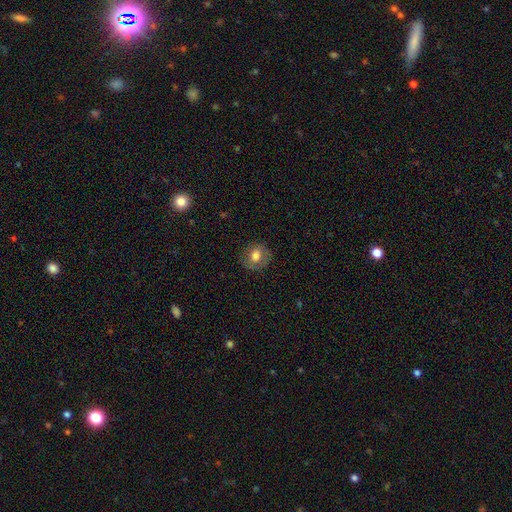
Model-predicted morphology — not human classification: Smooth or featured? Predicted: smooth (p=0.70). How rounded? Predicted: round (p=0.71). Merging? Predicted: none (p=0.81).